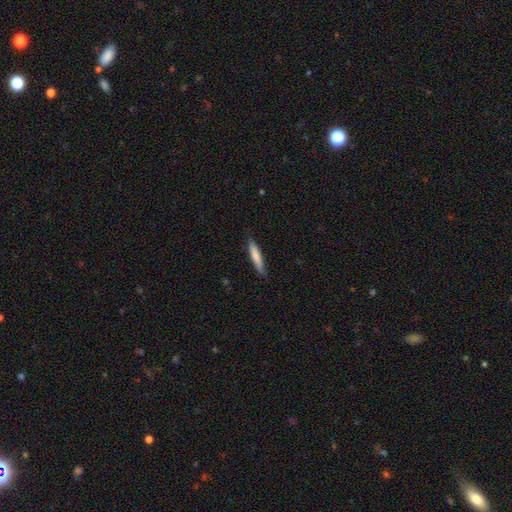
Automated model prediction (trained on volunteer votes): This is likely a smooth galaxy (76%). How rounded: clearly cigar-shaped (89%). Merging: clearly none (84%).